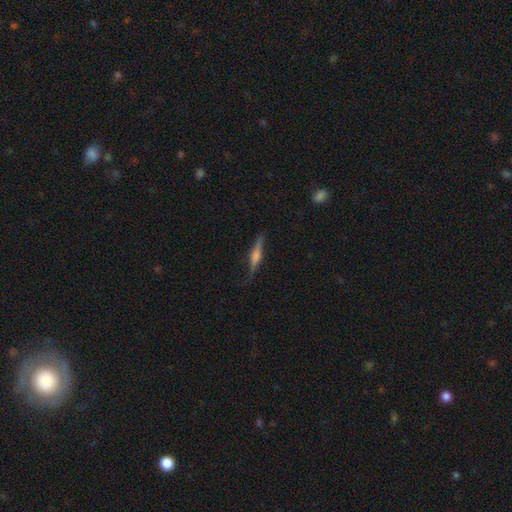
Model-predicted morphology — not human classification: Smooth or featured? Predicted: featured or disk (p=0.62). Edge-on disk? Predicted: yes (p=0.96). Edge-on bulge? Predicted: rounded (p=0.70). Merging? Predicted: none (p=0.80).